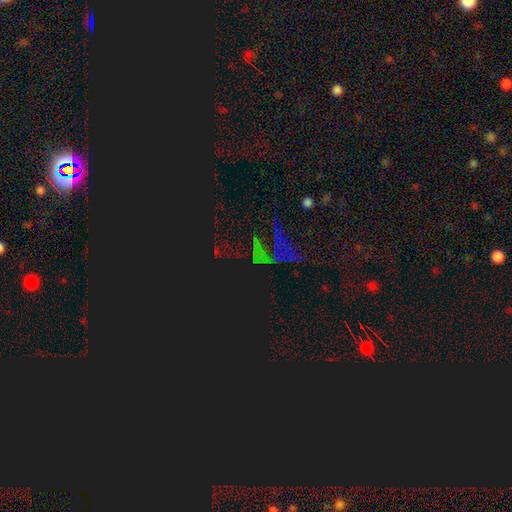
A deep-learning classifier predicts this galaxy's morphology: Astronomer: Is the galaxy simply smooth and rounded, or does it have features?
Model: star or artifact — 80%.